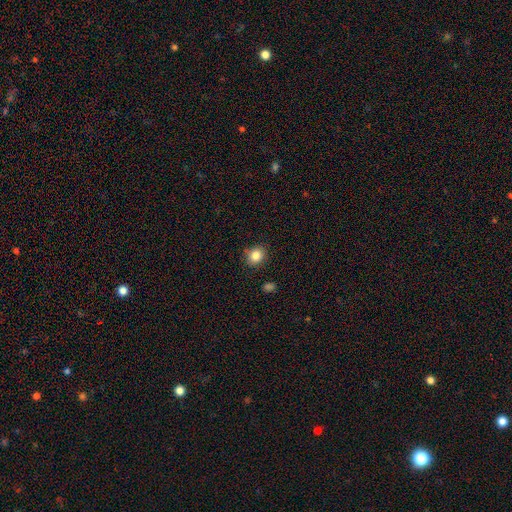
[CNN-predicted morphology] Overall: smooth (84%). How rounded: round (75%). Merging: none (86%).